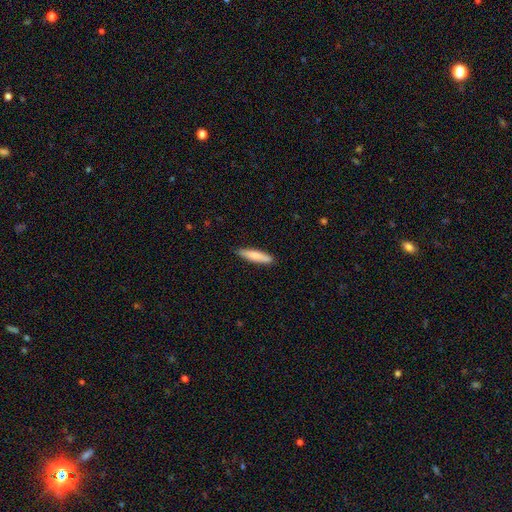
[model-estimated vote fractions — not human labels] Smooth or featured? smooth (80%)
How rounded? cigar-shaped (83%)
Merging? none (88%)